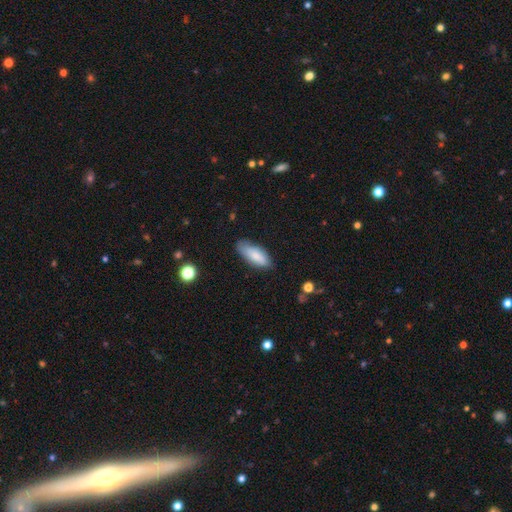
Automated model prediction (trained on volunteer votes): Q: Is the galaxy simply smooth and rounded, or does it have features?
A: smooth — 82%.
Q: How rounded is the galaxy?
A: in between — 75%.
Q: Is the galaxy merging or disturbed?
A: none — 73%.